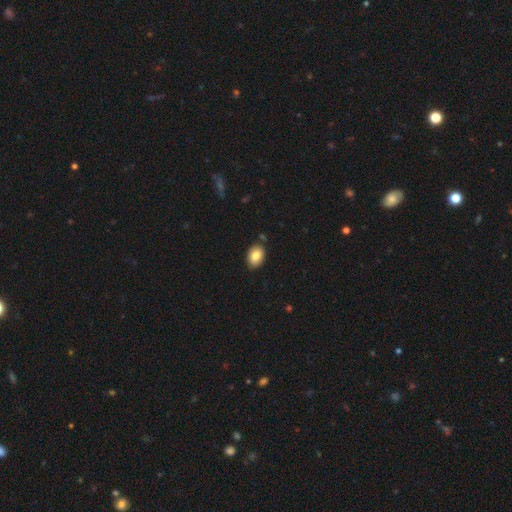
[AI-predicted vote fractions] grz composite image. It shows a smooth galaxy with no disk features (84%) that is in between round and cigar-shaped (79%). Merging: none (86%).